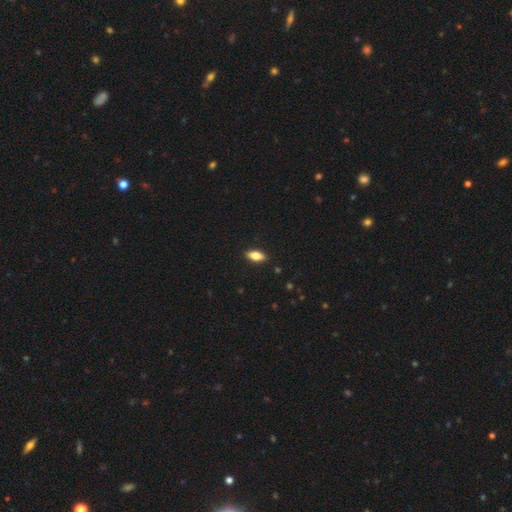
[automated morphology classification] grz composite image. It shows a smooth galaxy with no disk features (74%) that is in between round and cigar-shaped (79%). Merging: none (89%).